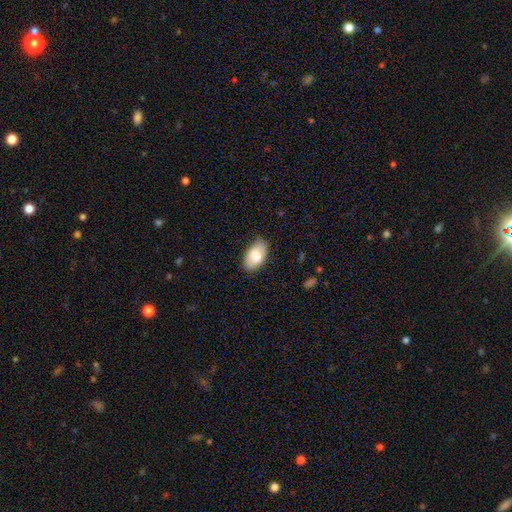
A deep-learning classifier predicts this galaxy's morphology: type=smooth (79%); roundness=in between (95%); merging=none (78%).